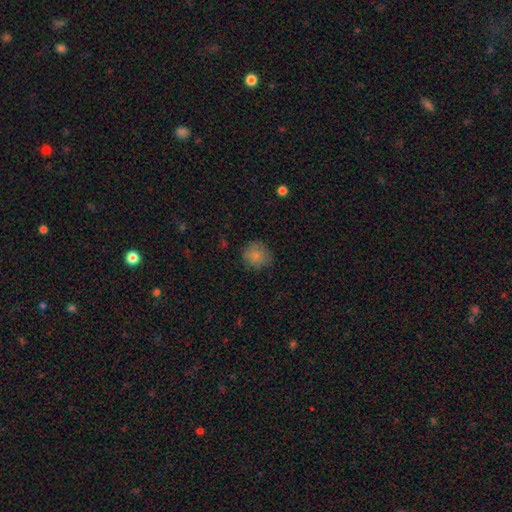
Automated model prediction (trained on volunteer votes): Overall: smooth (81%). How rounded: round (84%). Merging: none (74%).